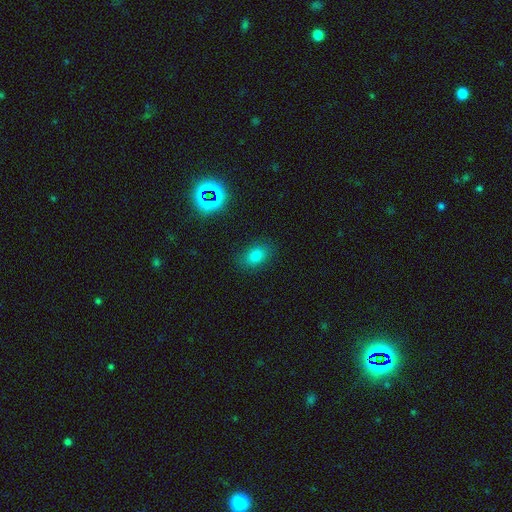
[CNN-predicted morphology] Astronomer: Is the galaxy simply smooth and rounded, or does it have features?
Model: smooth — 76%.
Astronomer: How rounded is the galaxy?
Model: in between — 79%.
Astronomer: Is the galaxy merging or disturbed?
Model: none — 82%.